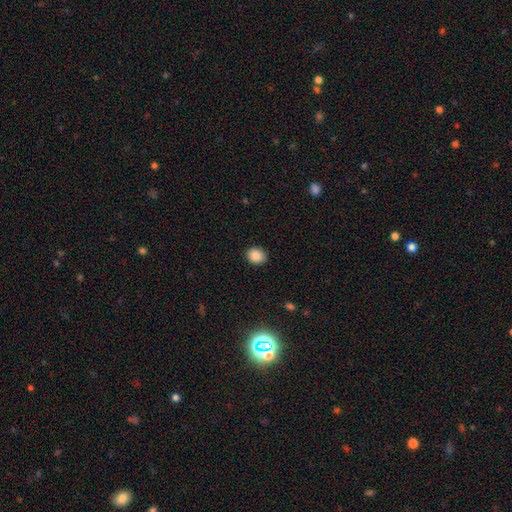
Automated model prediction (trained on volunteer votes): Smooth or featured?
  - smooth: 87% *
  - star or artifact: 9%
  - featured or disk: 4%
How rounded?
  - round: 62% *
  - in between: 37%
  - cigar-shaped: 1%
Merging?
  - none: 90% *
  - minor disturbance: 7%
  - major disturbance: 2%
  - merger: 1%